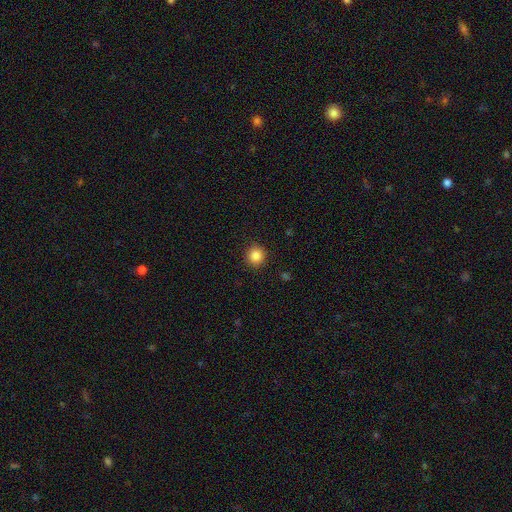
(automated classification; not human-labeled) smooth 86%, star or artifact 10%, featured or disk 4%. Down the decision tree: how rounded — round (93%); merging — none (91%).